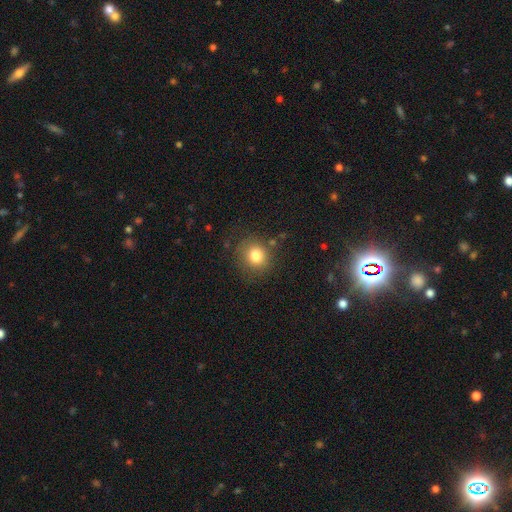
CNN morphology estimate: smooth-or-featured: smooth: 81% | star or artifact: 11% | featured or disk: 8%
  how-rounded: round: 84% | in between: 15% | cigar-shaped: 1%
  merging: none: 81% | minor disturbance: 12% | major disturbance: 5% | merger: 3%